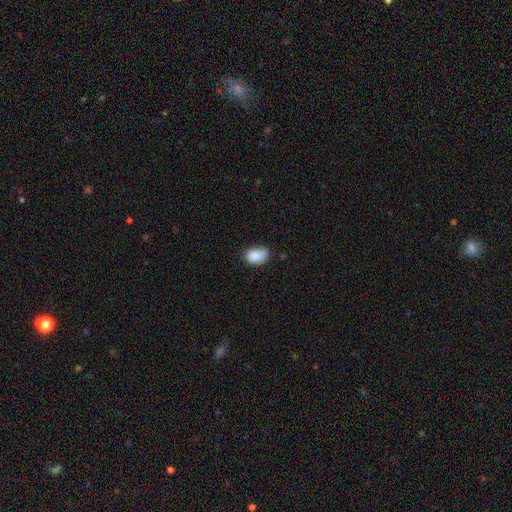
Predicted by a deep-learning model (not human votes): Overall: smooth (85%). How rounded: in between (76%). Merging: none (52%; minor disturbance 36%).